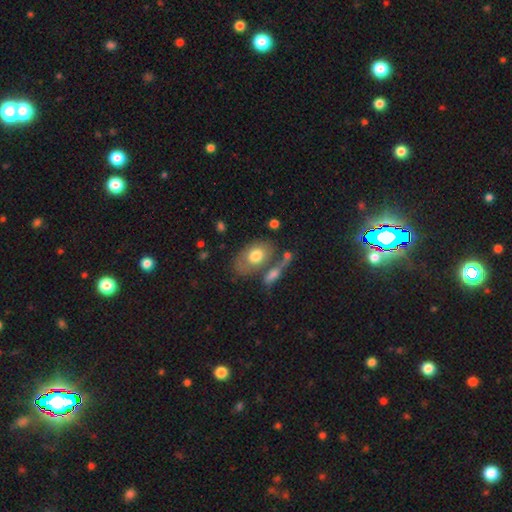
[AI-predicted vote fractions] Smooth or featured? smooth (66%)
How rounded? in between (88%)
Merging? none (54%)